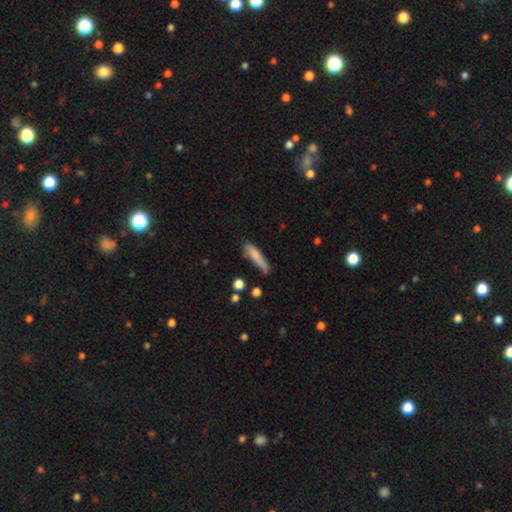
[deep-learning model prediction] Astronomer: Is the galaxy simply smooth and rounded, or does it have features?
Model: smooth — 79%.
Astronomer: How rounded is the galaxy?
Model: cigar-shaped — 76%.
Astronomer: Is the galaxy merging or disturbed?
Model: none — 59%.